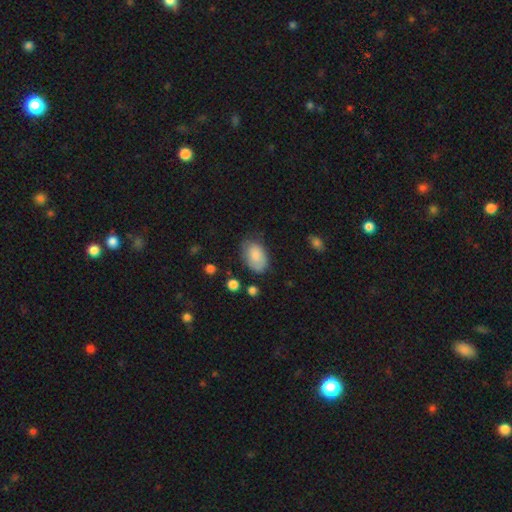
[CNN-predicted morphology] type=smooth (81%); roundness=in between (90%); merging=none (64%).